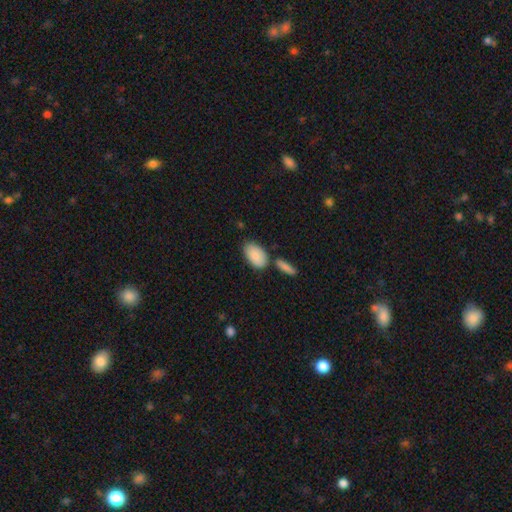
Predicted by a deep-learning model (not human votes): Morphology: type=smooth (88%); roundness=in between (94%); merging=none (67%).